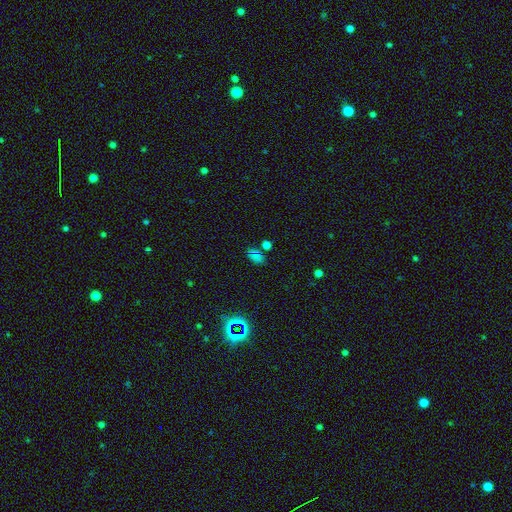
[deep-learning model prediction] Overall: smooth (60%; star or artifact 32%). How rounded: in between (83%). Merging: none (67%).